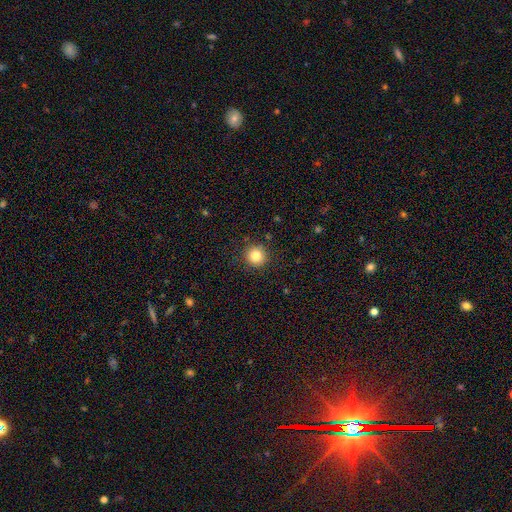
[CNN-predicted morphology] Overall: smooth (83%). How rounded: round (95%). Merging: none (90%).